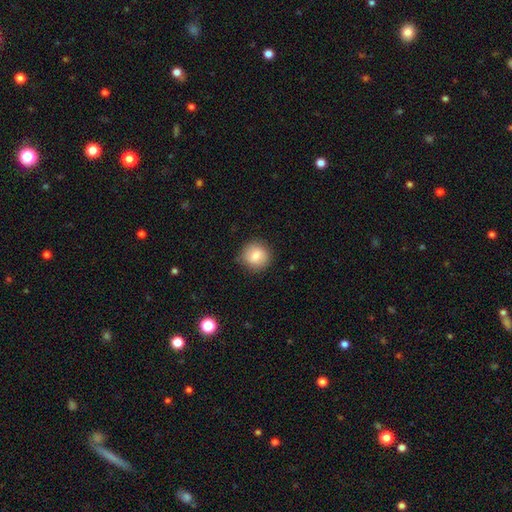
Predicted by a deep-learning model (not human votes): Smooth or featured?
  - smooth: 82% *
  - featured or disk: 9%
  - star or artifact: 8%
How rounded?
  - round: 89% *
  - in between: 10%
  - cigar-shaped: 1%
Merging?
  - none: 84% *
  - minor disturbance: 12%
  - major disturbance: 3%
  - merger: 1%